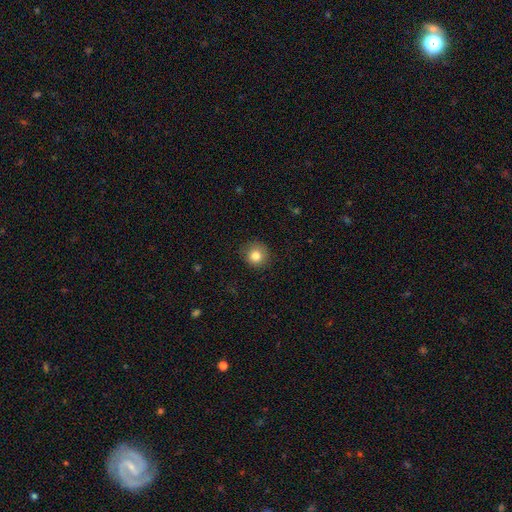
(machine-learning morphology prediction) A smooth galaxy with no disk features (81%) that is round (93%). Merging: none (86%).